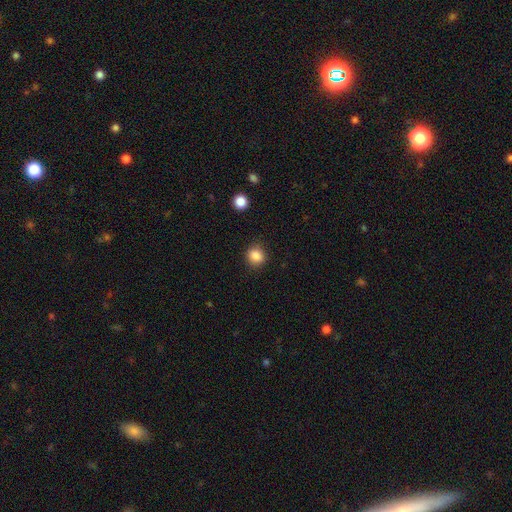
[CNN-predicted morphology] This appears to be a smooth galaxy with no disk features (85%) that is round (81%). Merging: none (86%).